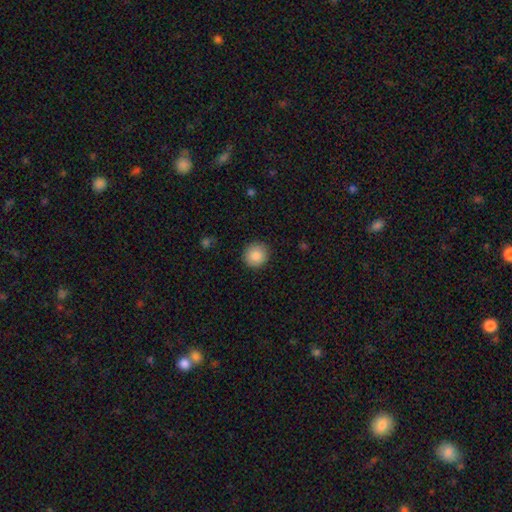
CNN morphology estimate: smooth-or-featured: smooth: 88% | star or artifact: 8% | featured or disk: 4%
  how-rounded: round: 93% | in between: 7% | cigar-shaped: 1%
  merging: none: 90% | minor disturbance: 7% | major disturbance: 2% | merger: 1%